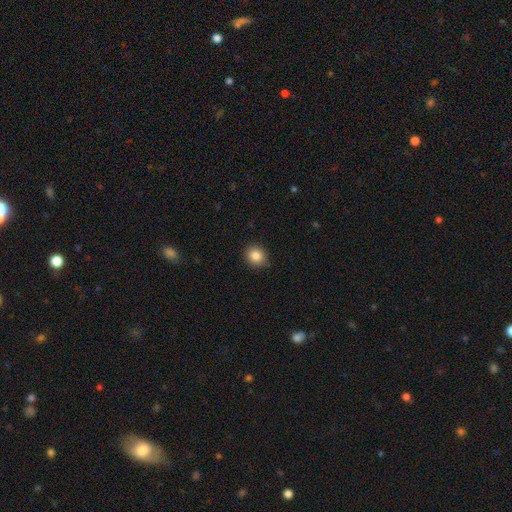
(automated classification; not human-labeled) Smooth or featured? smooth (86%)
How rounded? round (82%)
Merging? none (87%)